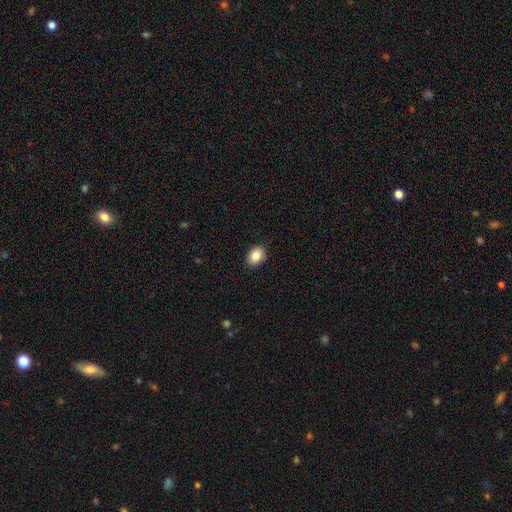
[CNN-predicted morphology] smooth 85%, star or artifact 8%, featured or disk 6%. Down the decision tree: how rounded — in between (68%); merging — none (89%).